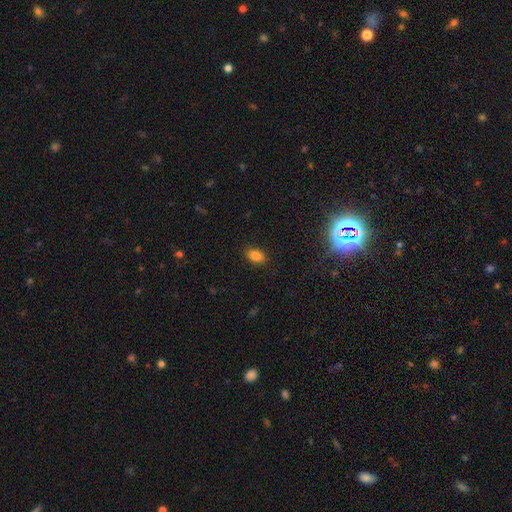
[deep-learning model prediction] smooth 83%, star or artifact 11%, featured or disk 6%. Down the decision tree: how rounded — in between (88%); merging — none (88%).